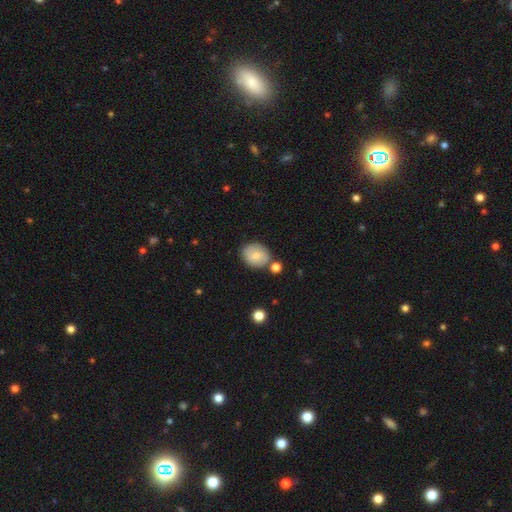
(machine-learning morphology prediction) The model was most divided on "how rounded": round: 60%, in between: 39%, cigar-shaped: 1%. More confident: smooth or featured — smooth (73%); merging — none (72%).